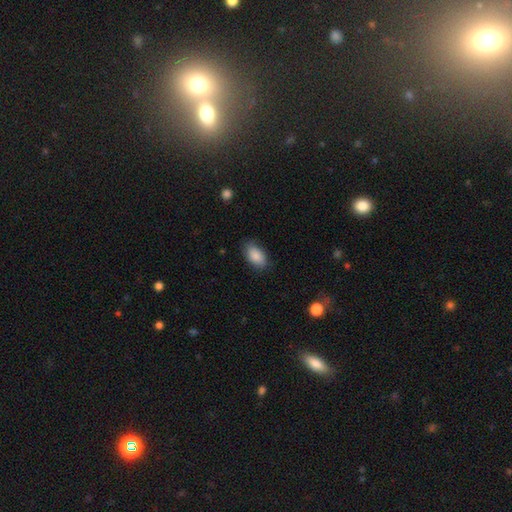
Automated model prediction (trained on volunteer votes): Q: Smooth or featured?
A: smooth (88%); runner-up: star or artifact (7%)
Q: How rounded?
A: in between (92%); runner-up: round (6%)
Q: Merging?
A: none (79%); runner-up: minor disturbance (16%)